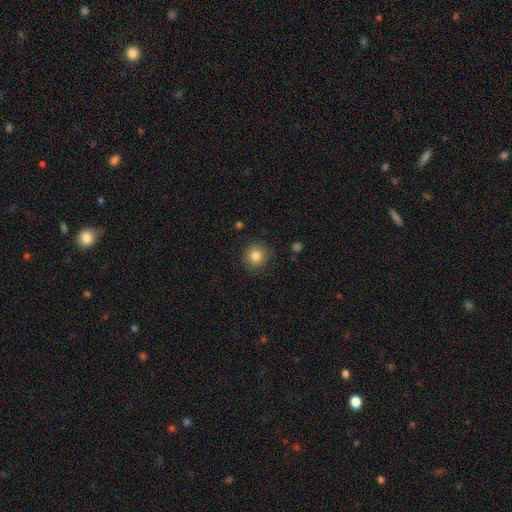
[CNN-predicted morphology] Q: Smooth or featured?
A: smooth (83%); runner-up: star or artifact (10%)
Q: How rounded?
A: round (90%); runner-up: in between (9%)
Q: Merging?
A: none (84%); runner-up: minor disturbance (12%)